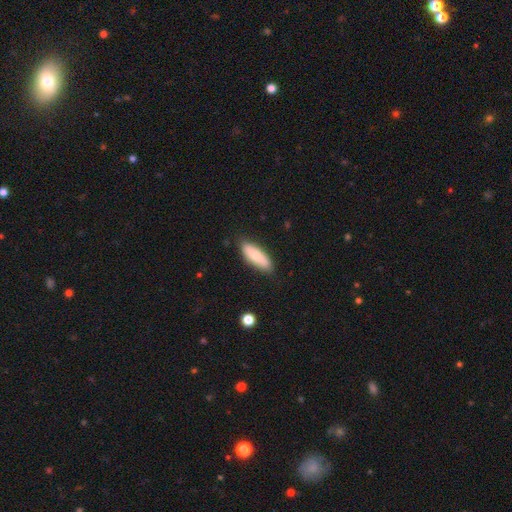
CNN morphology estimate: A smooth galaxy with no disk features (73%) that is in between round and cigar-shaped (61%). Merging: none (83%).